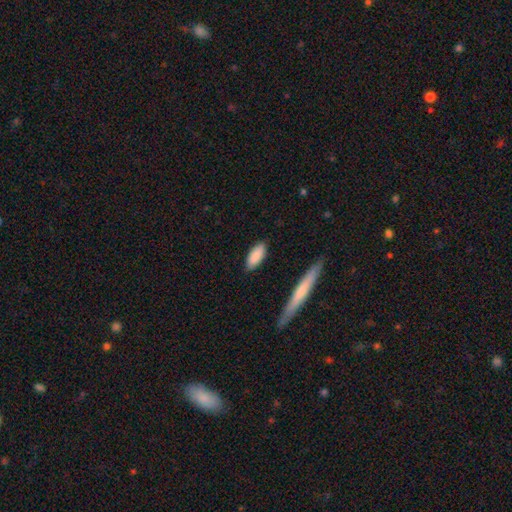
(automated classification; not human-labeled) smooth_or_featured: smooth (p=0.88) [alt: featured or disk p=0.06]
how_rounded: in between (p=0.81) [alt: cigar-shaped p=0.17]
merging: none (p=0.85) [alt: minor disturbance p=0.11]